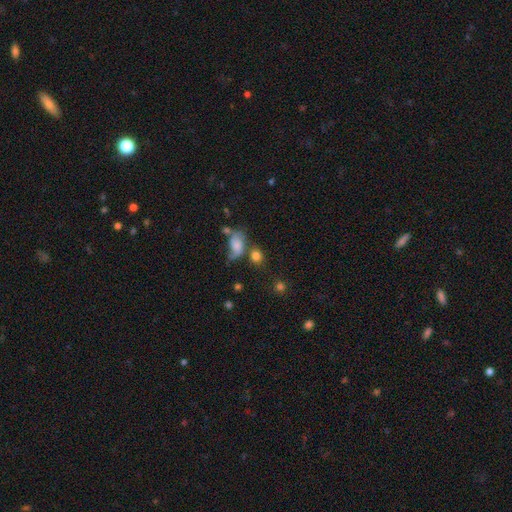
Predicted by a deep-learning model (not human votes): smooth 62%, featured or disk 21%, star or artifact 17%. Down the decision tree: how rounded — in between (53%); merging — none (44%).